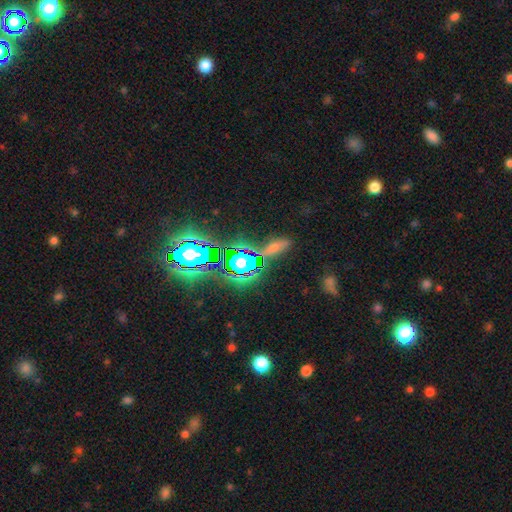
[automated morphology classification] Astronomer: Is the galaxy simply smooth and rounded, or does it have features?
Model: star or artifact — 79%.